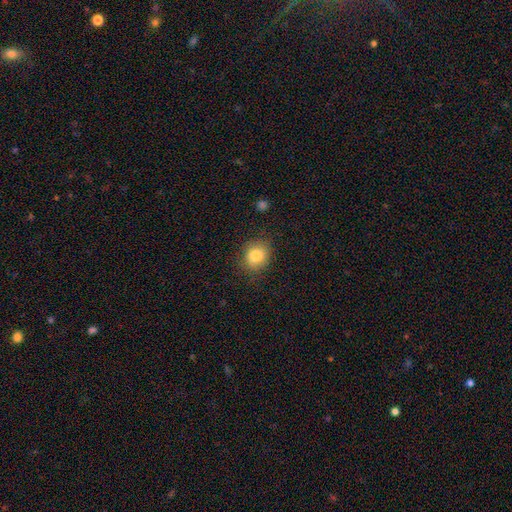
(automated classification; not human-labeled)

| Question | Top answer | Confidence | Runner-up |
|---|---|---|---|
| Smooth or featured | smooth | 82% | star or artifact (10%) |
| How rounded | round | 61% | in between (38%) |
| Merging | none | 79% | minor disturbance (15%) |